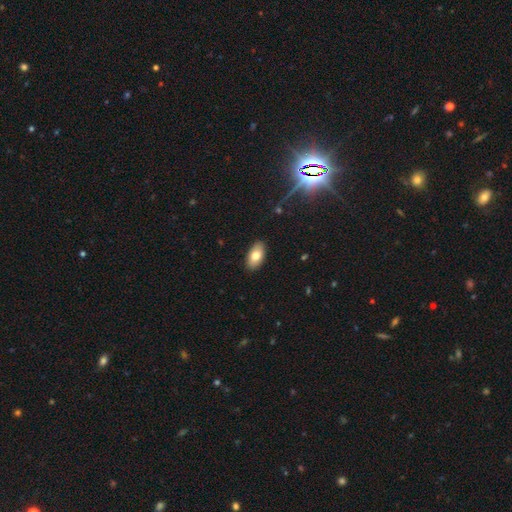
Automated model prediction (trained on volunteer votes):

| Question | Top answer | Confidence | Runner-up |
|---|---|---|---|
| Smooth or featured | smooth | 77% | featured or disk (15%) |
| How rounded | in between | 93% | round (4%) |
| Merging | none | 88% | minor disturbance (9%) |